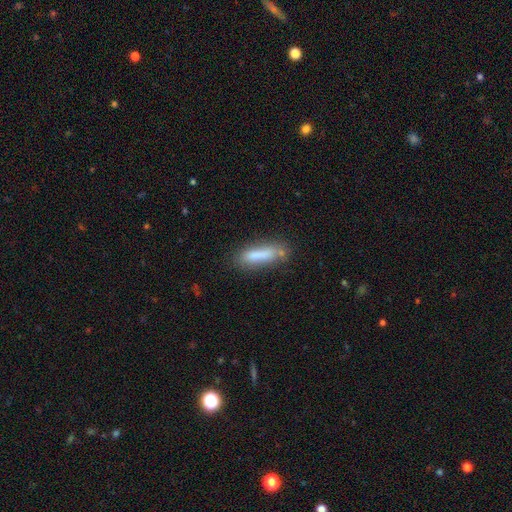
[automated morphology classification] smooth 76%, featured or disk 16%, star or artifact 8%. Down the decision tree: how rounded — cigar-shaped (73%); merging — none (70%).